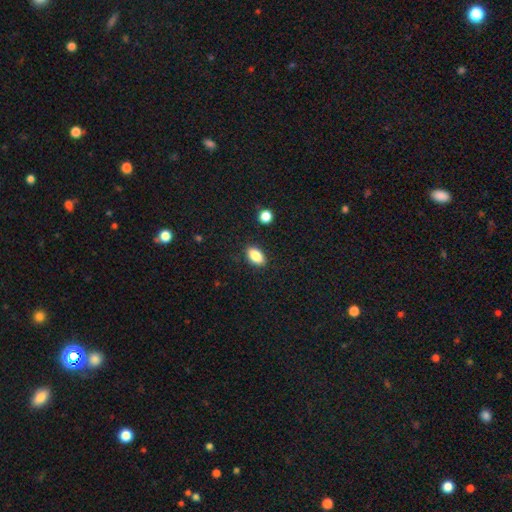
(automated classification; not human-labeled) Smooth or featured? smooth (86%)
How rounded? in between (90%)
Merging? none (87%)